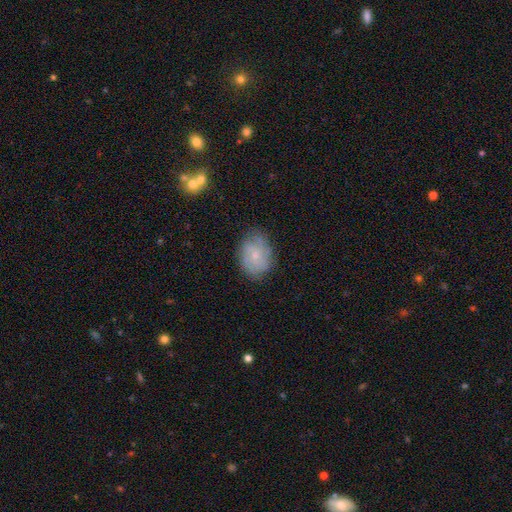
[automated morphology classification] This appears to be a featured or disk galaxy (48%). Merging: none (74%).